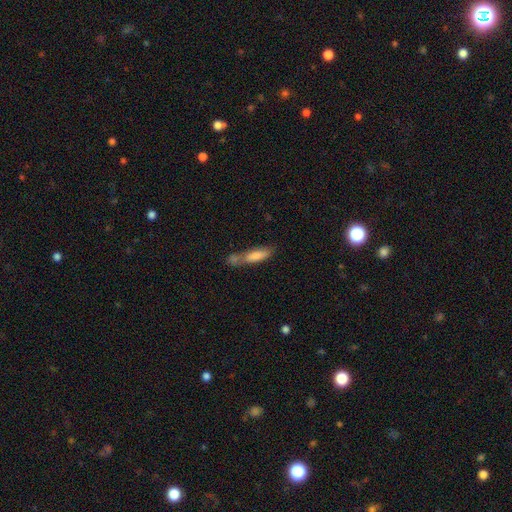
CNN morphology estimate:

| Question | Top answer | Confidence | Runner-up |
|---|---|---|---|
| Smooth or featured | smooth | 76% | featured or disk (17%) |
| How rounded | cigar-shaped | 60% | in between (38%) |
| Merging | merger | 39% | none (35%) |